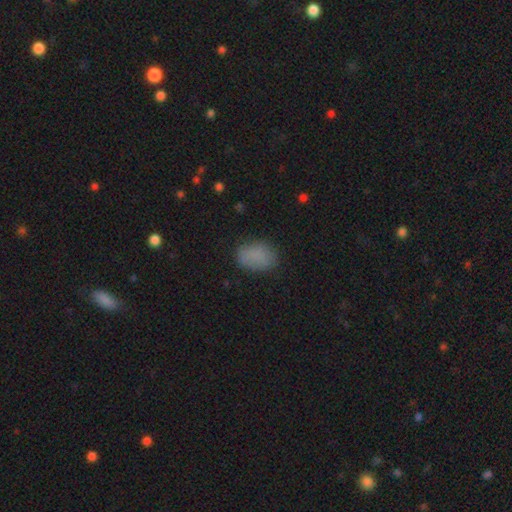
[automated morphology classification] Smooth or featured? Predicted: smooth (p=0.84). How rounded? Predicted: in between (p=0.82). Merging? Predicted: none (p=0.79).